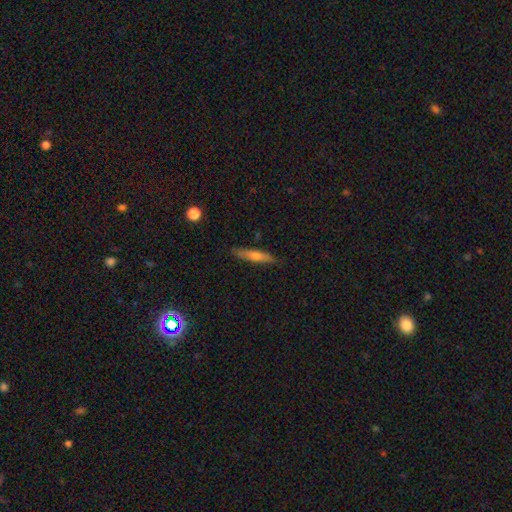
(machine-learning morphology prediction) A smooth galaxy with no disk features (54%) that is cigar-shaped (88%). Merging: none (86%).